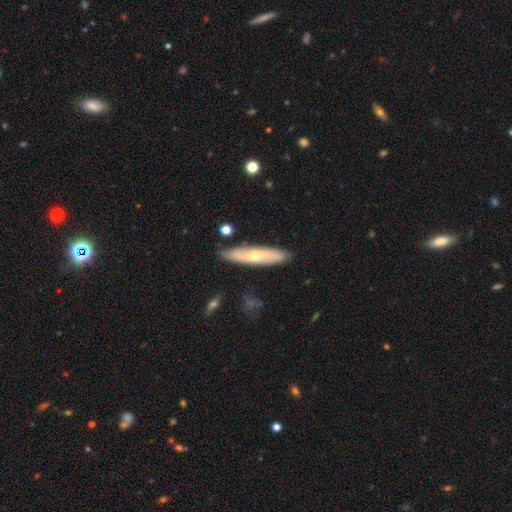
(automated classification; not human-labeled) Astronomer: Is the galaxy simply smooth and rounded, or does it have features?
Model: smooth — 56% (runner-up: featured or disk, 38%).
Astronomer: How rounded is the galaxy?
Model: cigar-shaped — 84%.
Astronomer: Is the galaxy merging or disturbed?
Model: none — 86%.